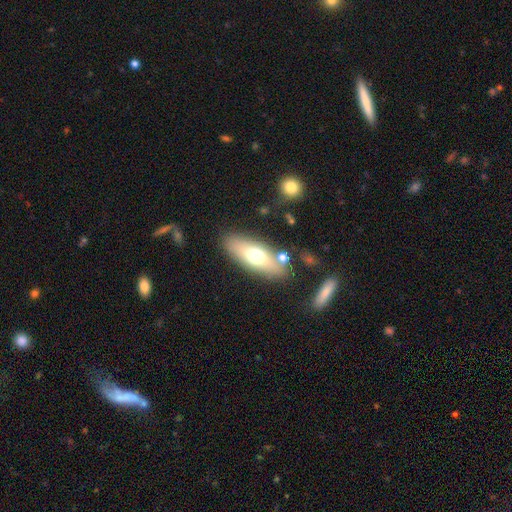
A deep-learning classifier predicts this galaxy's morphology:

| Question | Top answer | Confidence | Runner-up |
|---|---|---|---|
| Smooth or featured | smooth | 63% | featured or disk (28%) |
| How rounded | in between | 70% | cigar-shaped (25%) |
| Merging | none | 79% | minor disturbance (11%) |